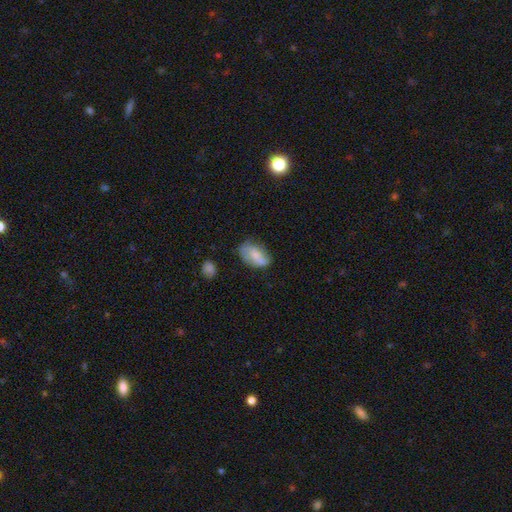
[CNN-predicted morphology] A smooth galaxy with no disk features (59%) that is in between round and cigar-shaped (91%). Merging: none (56%).